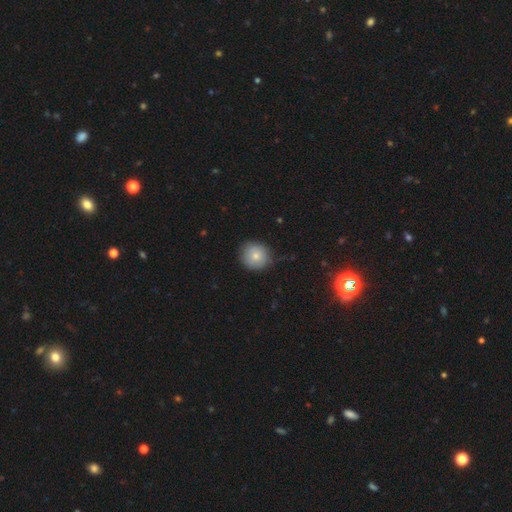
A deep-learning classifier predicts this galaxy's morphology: Smooth or featured?
  - smooth: 76% *
  - featured or disk: 16%
  - star or artifact: 8%
How rounded?
  - round: 90% *
  - in between: 9%
  - cigar-shaped: 1%
Merging?
  - none: 77% *
  - minor disturbance: 18%
  - major disturbance: 4%
  - merger: 1%